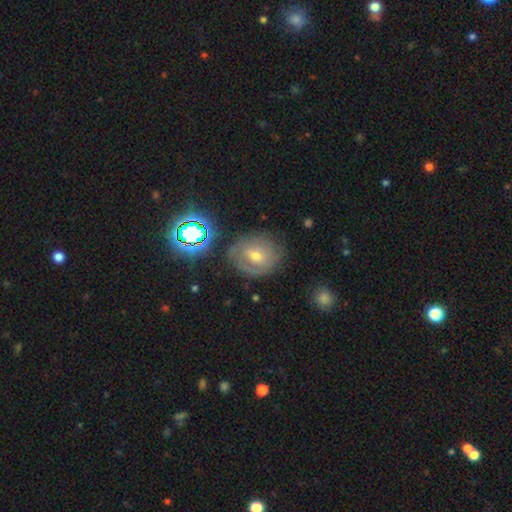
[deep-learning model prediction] Overall: featured or disk (55%; smooth 30%). Edge-on disk: no (95%). Bar: no (49%; weak 40%). Spiral arms: yes (75%). Bulge size: moderate (53%; small 42%). Merging: none (72%).